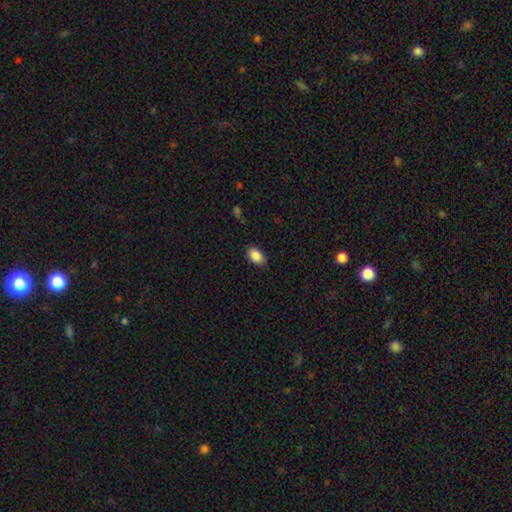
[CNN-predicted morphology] A smooth galaxy with no disk features (89%) that is in between round and cigar-shaped (89%).

Vote fractions:
- Smooth or featured? smooth: 89% / star or artifact: 7% / featured or disk: 4%
- How rounded? in between: 89% / round: 10% / cigar-shaped: 1%
- Merging? none: 84% / minor disturbance: 12% / major disturbance: 3% / merger: 1%